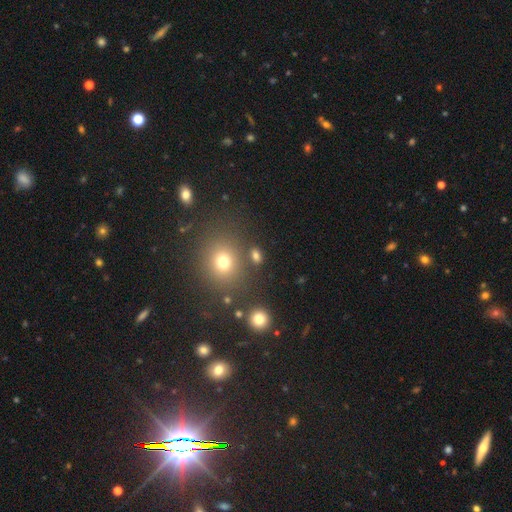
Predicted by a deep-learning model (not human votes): smooth-or-featured: smooth: 73% | star or artifact: 19% | featured or disk: 8%
  how-rounded: in between: 58% | round: 39% | cigar-shaped: 3%
  merging: none: 78% | minor disturbance: 9% | merger: 8% | major disturbance: 4%